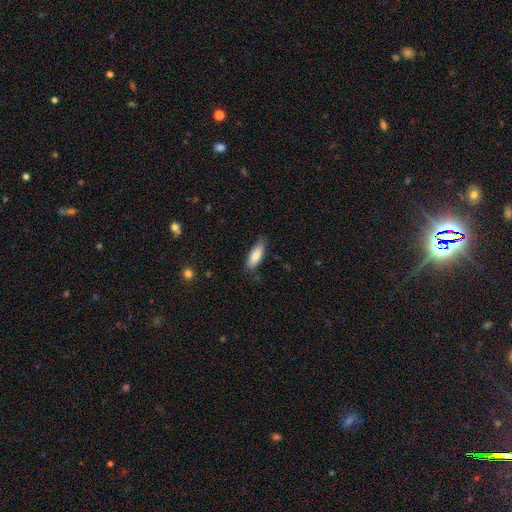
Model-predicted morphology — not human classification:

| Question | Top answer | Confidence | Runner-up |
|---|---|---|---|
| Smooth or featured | smooth | 82% | featured or disk (12%) |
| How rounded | in between | 63% | cigar-shaped (35%) |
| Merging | none | 74% | minor disturbance (21%) |